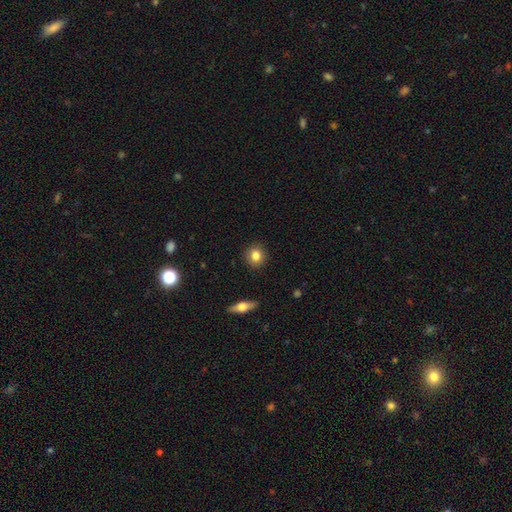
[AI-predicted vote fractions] A smooth galaxy with no disk features (82%) that is round (82%). Merging: none (90%).